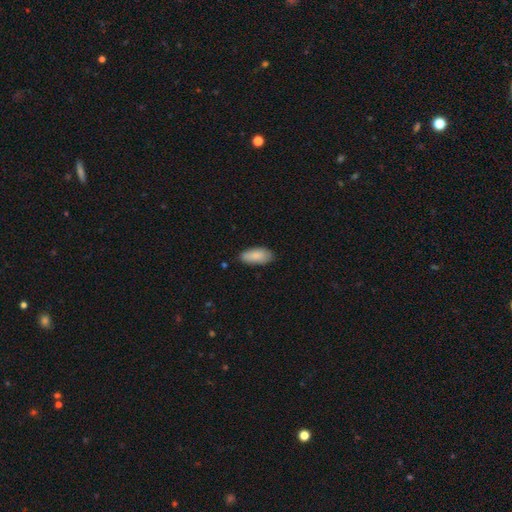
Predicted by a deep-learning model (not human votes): A smooth galaxy with no disk features (87%) that is in between round and cigar-shaped (89%).

Vote fractions:
- Smooth or featured? smooth: 87% / featured or disk: 7% / star or artifact: 6%
- How rounded? in between: 89% / cigar-shaped: 9% / round: 2%
- Merging? none: 78% / minor disturbance: 18% / major disturbance: 3% / merger: 1%